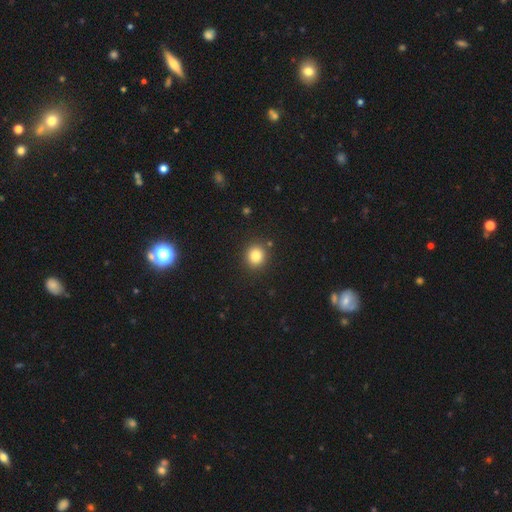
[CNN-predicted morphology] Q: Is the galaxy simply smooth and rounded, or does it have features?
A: smooth — 83%.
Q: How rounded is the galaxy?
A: round — 86%.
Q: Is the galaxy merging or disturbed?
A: none — 88%.